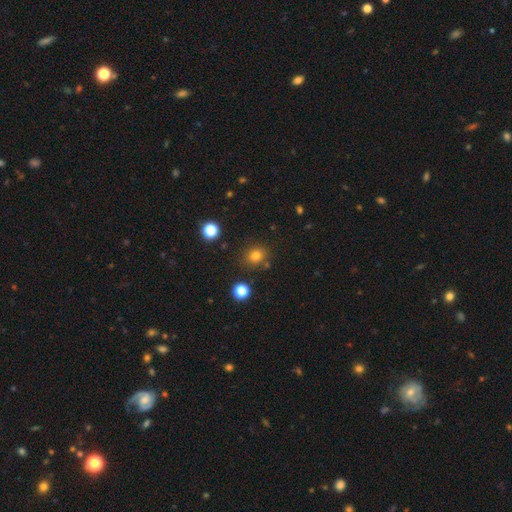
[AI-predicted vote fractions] A smooth galaxy with no disk features (77%) that is round (79%). Merging: none (81%).